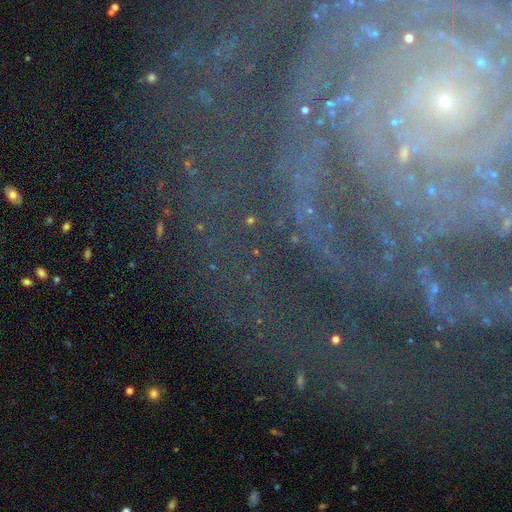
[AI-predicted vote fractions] A featured or disk galaxy (75%) with no bar (59%), tight (78%) spiral arms (94%) and a small central bulge (81%).

Vote fractions:
- Smooth or featured? featured or disk: 75% / star or artifact: 16% / smooth: 9%
- Edge-on disk? no: 96% / yes: 4%
- Bar? no: 59% / weak: 23% / strong: 18%
- Spiral arms? yes: 94% / no: 6%
- Spiral winding? tight: 78% / medium: 16% / loose: 5%
- Spiral arm count? can't tell: 25% / 2: 17% / more than 4: 16% / 3: 16% / 4: 14% / 1: 12%
- Bulge size? small: 81% / moderate: 11% / none: 4% / large: 2% / dominant: 2%
- Merging? none: 71% / minor disturbance: 14% / major disturbance: 12% / merger: 3%